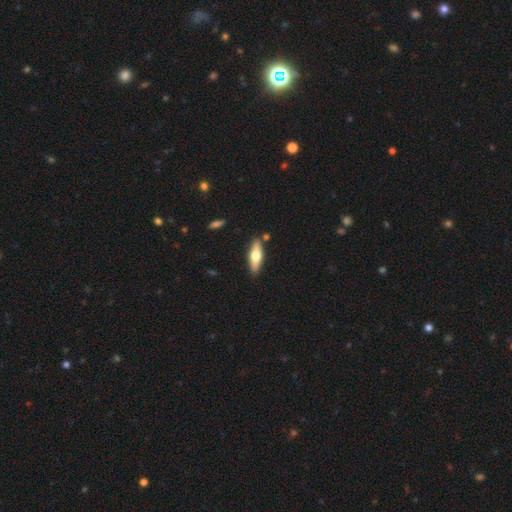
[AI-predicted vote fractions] This appears to be a smooth galaxy with no disk features (55%) that is cigar-shaped (53%). Merging: none (85%).